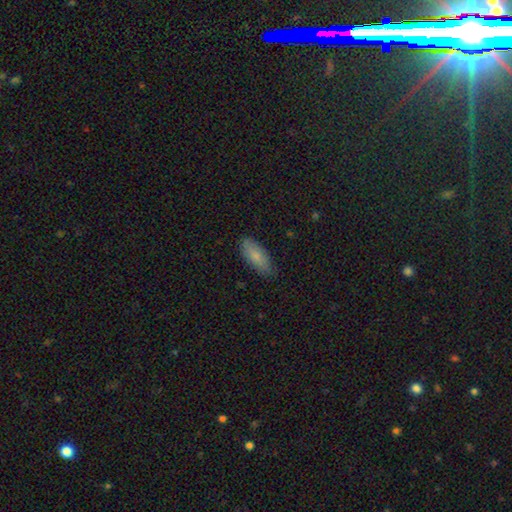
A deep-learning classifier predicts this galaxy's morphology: A smooth galaxy with no disk features (80%) that is in between round and cigar-shaped (79%).

Vote fractions:
- Smooth or featured? smooth: 80% / featured or disk: 14% / star or artifact: 6%
- How rounded? in between: 79% / cigar-shaped: 19% / round: 2%
- Merging? none: 82% / minor disturbance: 15% / major disturbance: 2% / merger: 1%